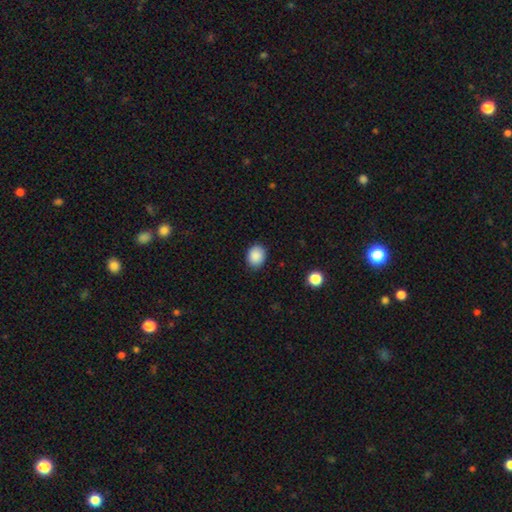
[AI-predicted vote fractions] smooth 88%, star or artifact 8%, featured or disk 3%. Down the decision tree: how rounded — round (58%); merging — none (88%).